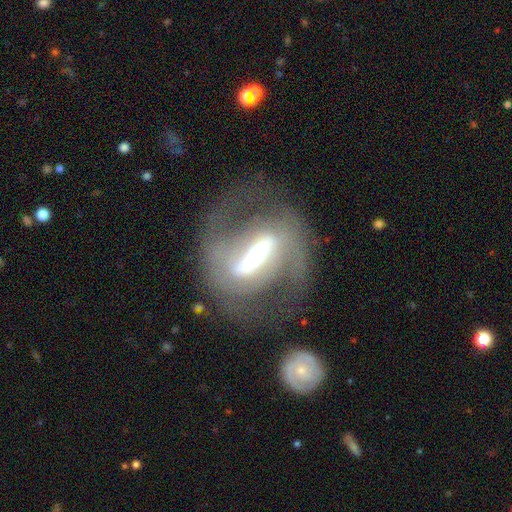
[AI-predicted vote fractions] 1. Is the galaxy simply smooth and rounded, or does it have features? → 83% featured or disk, 11% smooth, 6% star or artifact.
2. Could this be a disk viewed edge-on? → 87% no, 13% yes.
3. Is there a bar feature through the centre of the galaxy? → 78% strong, 17% weak, 5% no.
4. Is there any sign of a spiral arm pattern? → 84% yes, 16% no.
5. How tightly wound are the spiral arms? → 47% medium, 29% loose, 23% tight.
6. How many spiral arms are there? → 84% 2, 8% can't tell, 4% 1, 2% 3, 1% 4, 1% more than 4.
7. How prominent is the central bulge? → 51% moderate, 26% small, 17% large, 4% dominant, 2% none.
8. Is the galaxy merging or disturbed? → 60% none, 22% major disturbance, 15% minor disturbance, 3% merger.